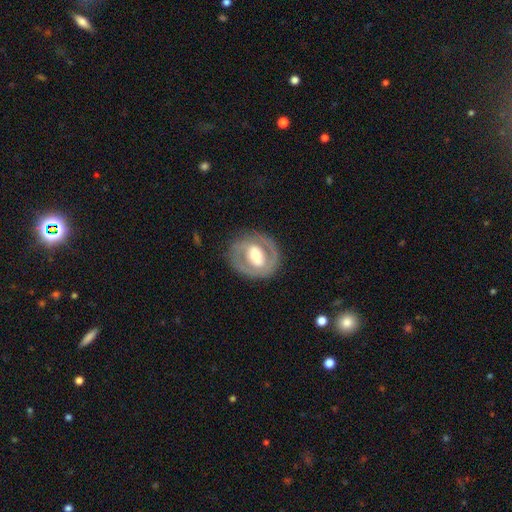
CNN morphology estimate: smooth_or_featured: featured or disk (p=0.71) [alt: smooth p=0.23]
disk_edge_on: no (p=0.96) [alt: yes p=0.04]
bar: weak (p=0.37) [alt: strong p=0.34]
has_spiral_arms: yes (p=0.57) [alt: no p=0.43]
bulge_size: moderate (p=0.63) [alt: large p=0.22]
merging: none (p=0.80) [alt: minor disturbance p=0.12]